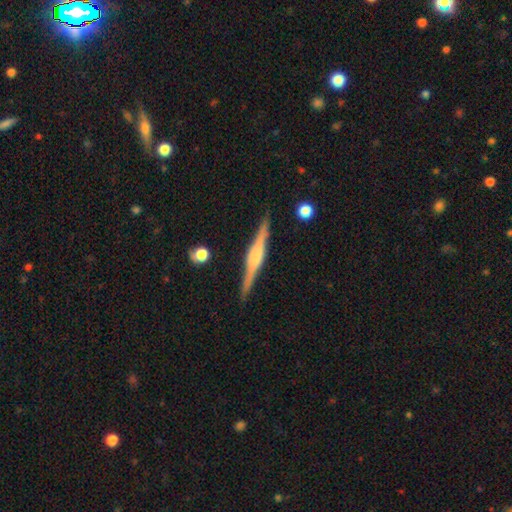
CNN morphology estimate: Overall: featured or disk (79%). Edge-on disk: yes (98%). Edge-on bulge: rounded (56%; boxy 37%). Merging: none (89%).